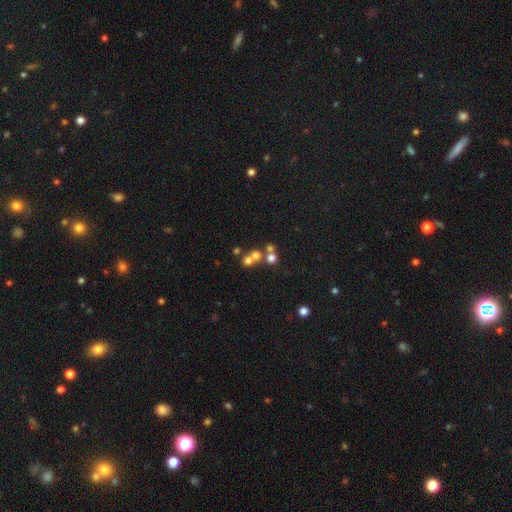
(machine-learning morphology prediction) Q: Smooth or featured?
A: smooth (58%); runner-up: star or artifact (21%)
Q: How rounded?
A: round (87%); runner-up: in between (12%)
Q: Merging?
A: merger (46%); runner-up: none (43%)